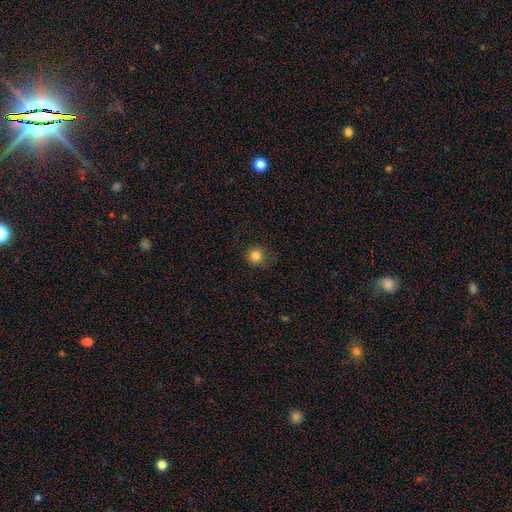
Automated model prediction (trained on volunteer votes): A smooth galaxy with no disk features (83%) that is round (92%). Merging: none (83%).